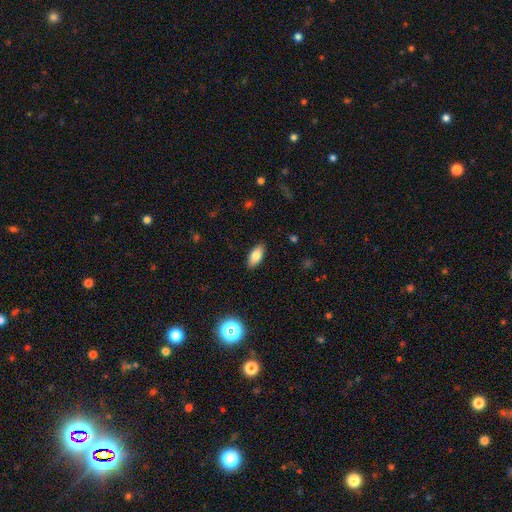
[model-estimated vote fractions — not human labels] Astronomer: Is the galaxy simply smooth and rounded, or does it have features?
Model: smooth — 79%.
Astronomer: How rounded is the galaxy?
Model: in between — 88%.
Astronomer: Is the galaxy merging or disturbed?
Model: none — 88%.